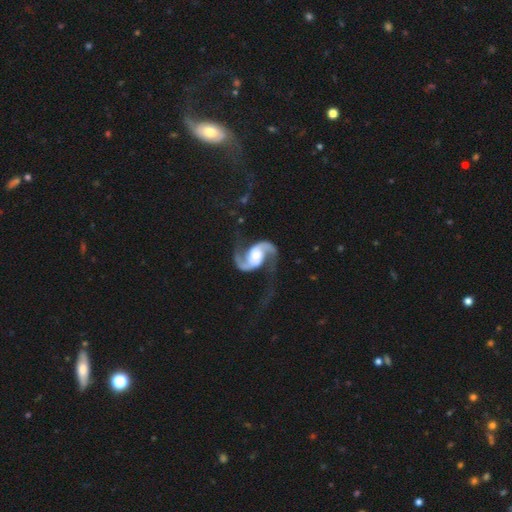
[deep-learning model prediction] This appears to be a featured or disk galaxy (93%) with no bar (51%), 2 (94%) loose (52%) spiral arms (98%) and a moderate central bulge (41%). Merging: none (62%).